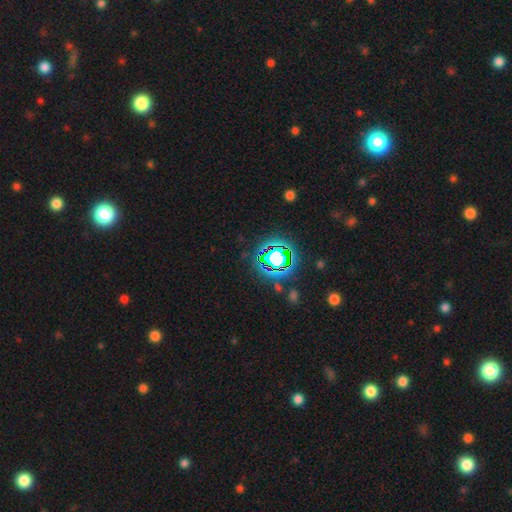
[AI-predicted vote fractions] A star or artifact, not a galaxy (76%).